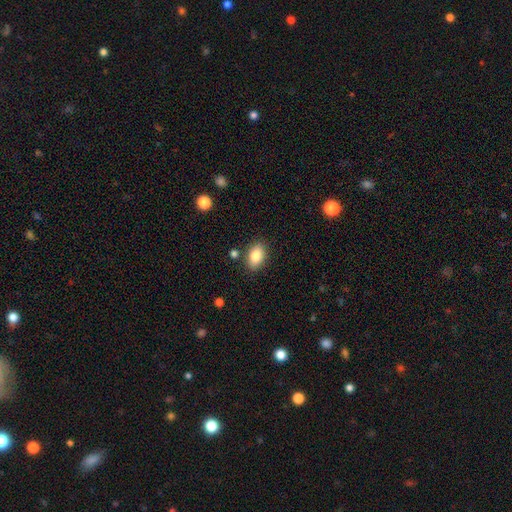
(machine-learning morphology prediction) smooth 84%, featured or disk 8%, star or artifact 8%. Down the decision tree: how rounded — in between (88%); merging — none (84%).